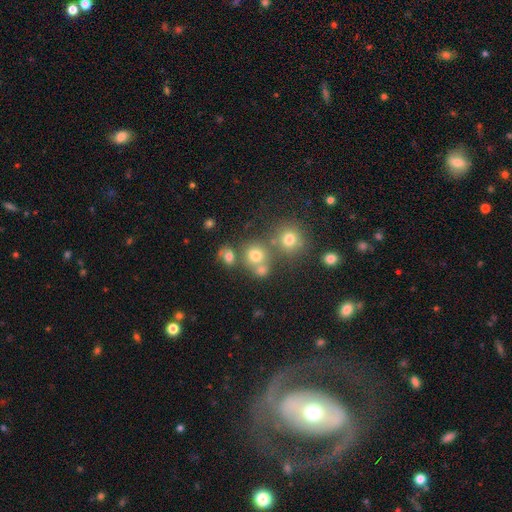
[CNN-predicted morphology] Smooth or featured: smooth — 71% (star or artifact — 18%)
How rounded: round — 78% (in between — 21%)
Merging: none — 56% (merger — 28%)